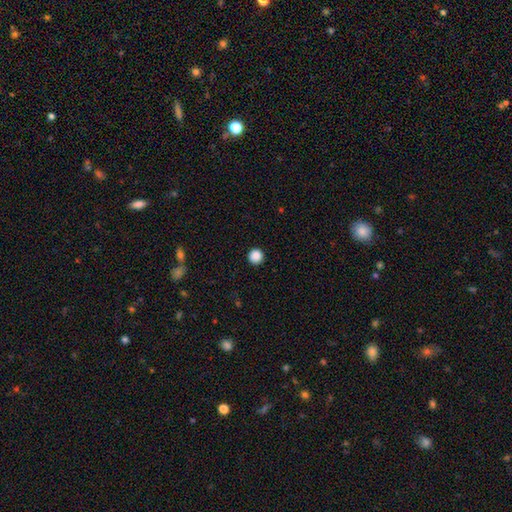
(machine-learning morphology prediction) Smooth or featured?
  - smooth: 88% *
  - star or artifact: 10%
  - featured or disk: 2%
How rounded?
  - round: 96% *
  - in between: 3%
  - cigar-shaped: 1%
Merging?
  - none: 93% *
  - minor disturbance: 4%
  - major disturbance: 2%
  - merger: 1%